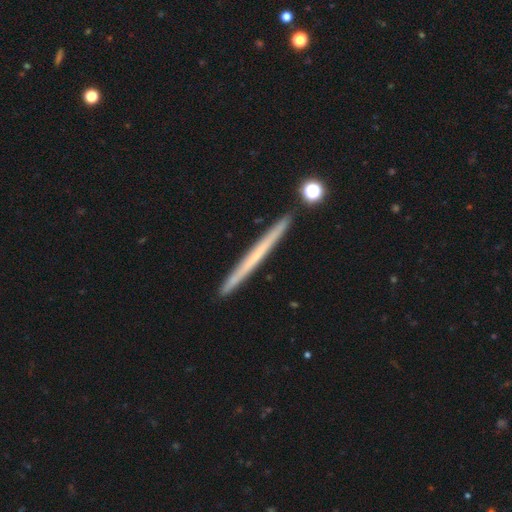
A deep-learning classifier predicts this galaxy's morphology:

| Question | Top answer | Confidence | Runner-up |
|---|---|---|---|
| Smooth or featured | featured or disk | 52% | smooth (42%) |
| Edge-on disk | yes | 97% | no (3%) |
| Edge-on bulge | none | 90% | rounded (7%) |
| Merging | none | 91% | minor disturbance (6%) |